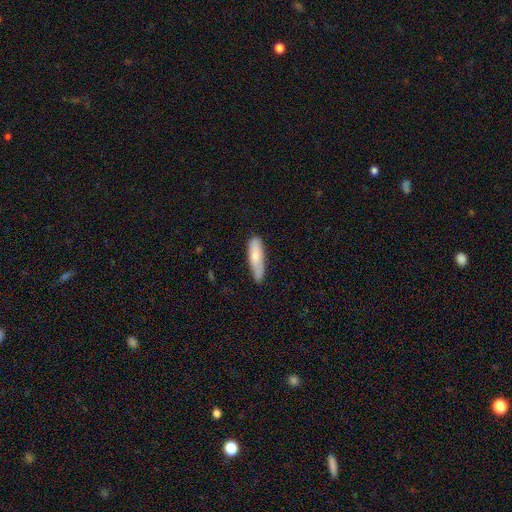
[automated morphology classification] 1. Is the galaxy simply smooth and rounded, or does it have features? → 76% smooth, 18% featured or disk, 6% star or artifact.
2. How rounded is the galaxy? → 61% cigar-shaped, 38% in between, 2% round.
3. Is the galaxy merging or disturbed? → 65% none, 28% minor disturbance, 5% major disturbance, 2% merger.